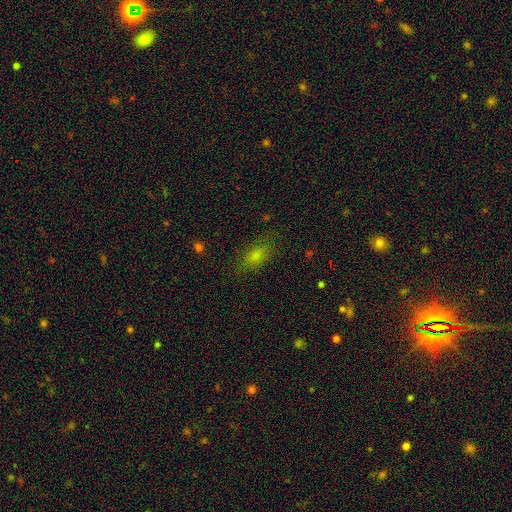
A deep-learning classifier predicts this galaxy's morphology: Smooth or featured? Predicted: smooth (p=0.65). How rounded? Predicted: in between (p=0.78). Merging? Predicted: none (p=0.79).